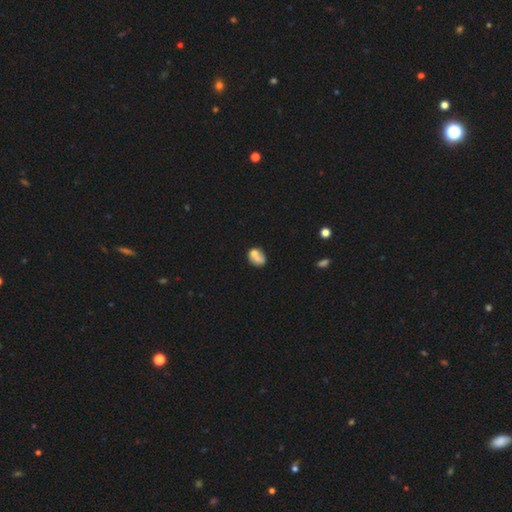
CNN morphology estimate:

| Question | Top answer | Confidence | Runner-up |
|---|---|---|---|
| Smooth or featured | smooth | 67% | featured or disk (24%) |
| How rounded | in between | 60% | round (39%) |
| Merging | merger | 40% | none (37%) |